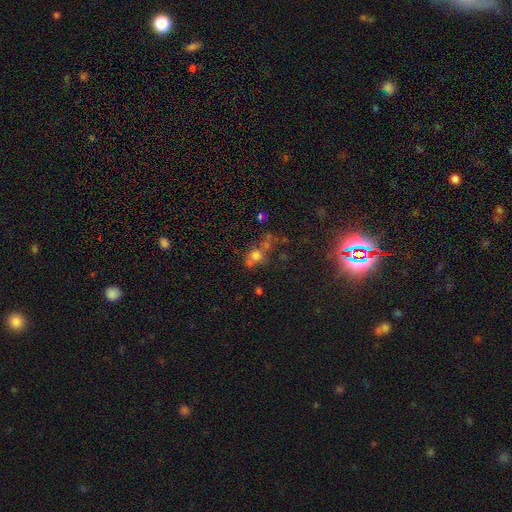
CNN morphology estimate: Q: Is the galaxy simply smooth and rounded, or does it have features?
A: smooth — 58%.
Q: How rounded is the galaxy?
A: round — 59%.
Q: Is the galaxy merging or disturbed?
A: none — 40%.